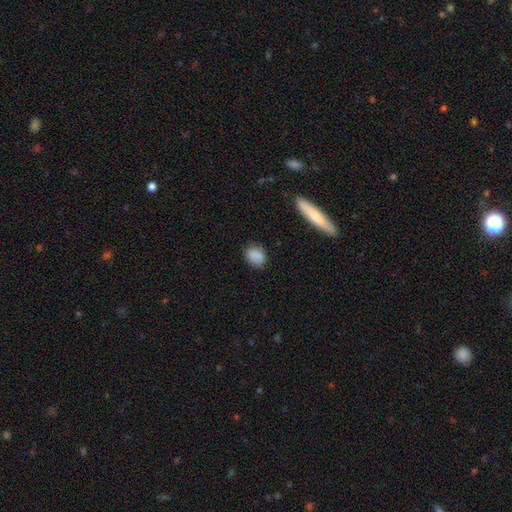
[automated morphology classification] smooth_or_featured: smooth (p=0.86) [alt: star or artifact p=0.09]
how_rounded: in between (p=0.58) [alt: round p=0.39]
merging: none (p=0.81) [alt: minor disturbance p=0.14]